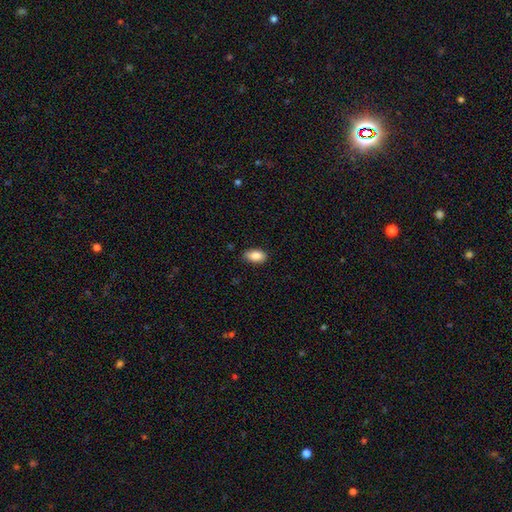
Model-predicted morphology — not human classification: smooth_or_featured: smooth (p=0.85) [alt: featured or disk p=0.07]
how_rounded: in between (p=0.91) [alt: round p=0.05]
merging: none (p=0.83) [alt: minor disturbance p=0.14]